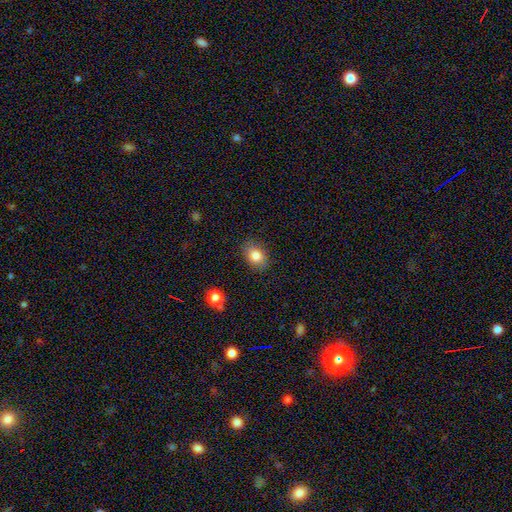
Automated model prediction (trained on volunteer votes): Q: Smooth or featured?
A: smooth (83%); runner-up: featured or disk (9%)
Q: How rounded?
A: in between (76%); runner-up: round (23%)
Q: Merging?
A: none (85%); runner-up: minor disturbance (11%)